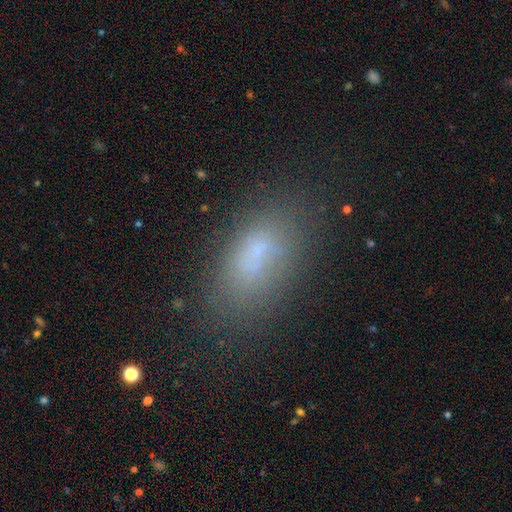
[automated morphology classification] type=smooth (70%); roundness=in between (84%); merging=none (66%).